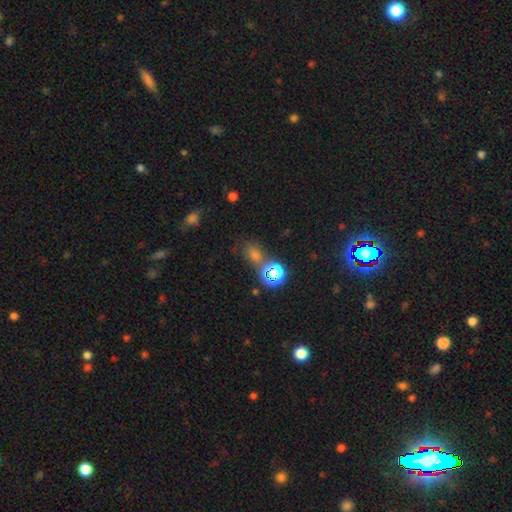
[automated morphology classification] Overall: smooth (51%; star or artifact 41%). How rounded: round (61%; in between 37%). Merging: none (64%).